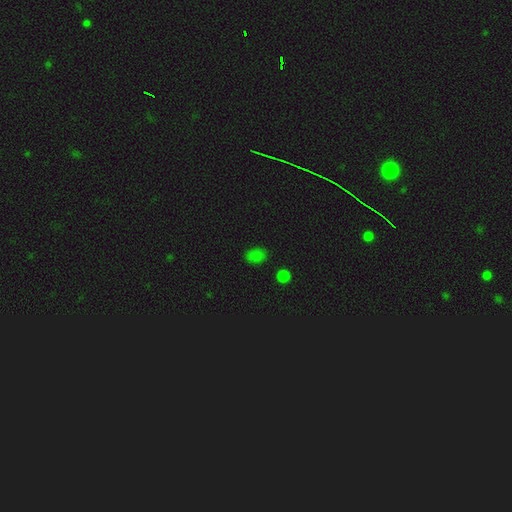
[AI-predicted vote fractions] Smooth or featured?
  - smooth: 74% *
  - star or artifact: 22%
  - featured or disk: 4%
How rounded?
  - in between: 70% *
  - round: 28%
  - cigar-shaped: 2%
Merging?
  - none: 83% *
  - minor disturbance: 12%
  - major disturbance: 3%
  - merger: 2%